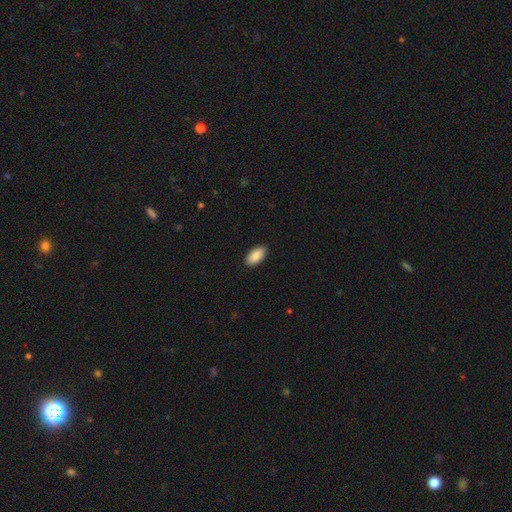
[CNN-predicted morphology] The model was most divided on "smooth or featured": smooth: 90%, star or artifact: 6%, featured or disk: 4%. More confident: how rounded — in between (95%); merging — none (90%).